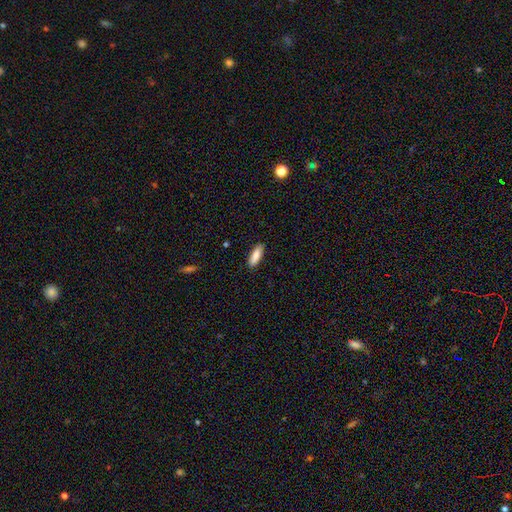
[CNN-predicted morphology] smooth_or_featured: smooth (p=0.87) [alt: featured or disk p=0.07]
how_rounded: in between (p=0.56) [alt: cigar-shaped p=0.42]
merging: none (p=0.88) [alt: minor disturbance p=0.09]